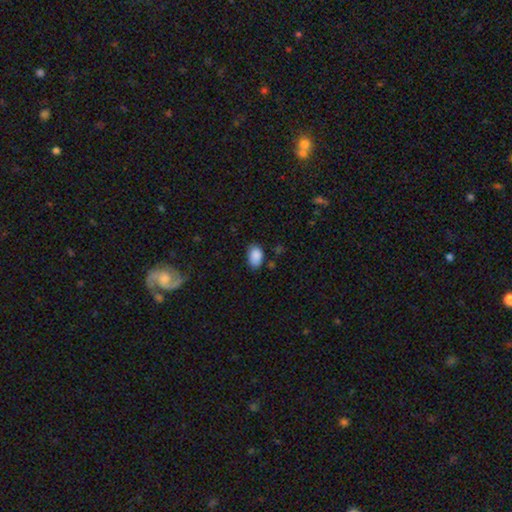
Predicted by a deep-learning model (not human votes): Smooth or featured? Predicted: smooth (p=0.88). How rounded? Predicted: in between (p=0.89). Merging? Predicted: none (p=0.73).